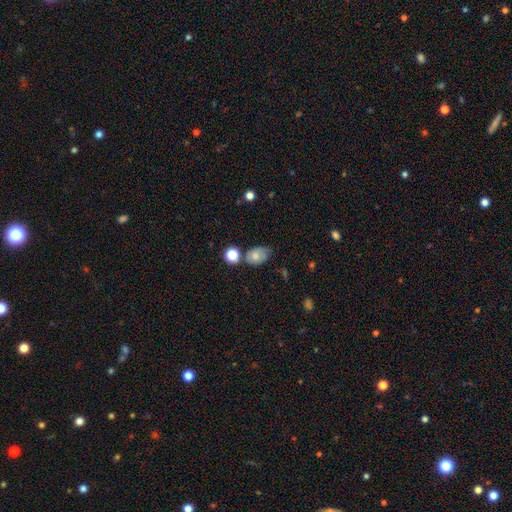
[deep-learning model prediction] Smooth or featured?
  - smooth: 70% *
  - featured or disk: 19%
  - star or artifact: 10%
How rounded?
  - in between: 77% *
  - round: 22%
  - cigar-shaped: 1%
Merging?
  - none: 52% *
  - minor disturbance: 27%
  - merger: 13%
  - major disturbance: 8%